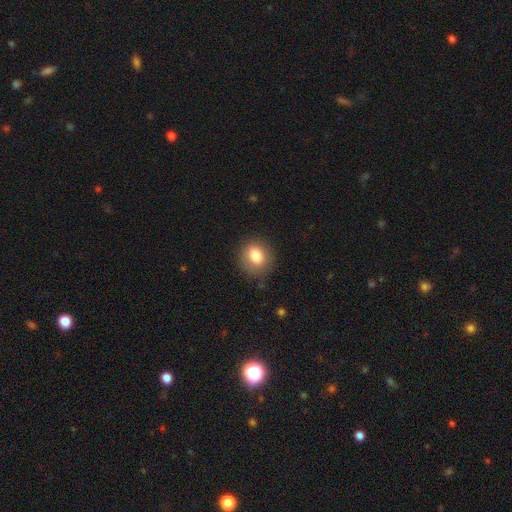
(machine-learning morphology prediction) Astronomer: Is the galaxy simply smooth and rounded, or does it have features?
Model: smooth — 82%.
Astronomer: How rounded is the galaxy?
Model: round — 64%.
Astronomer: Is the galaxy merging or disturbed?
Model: none — 82%.